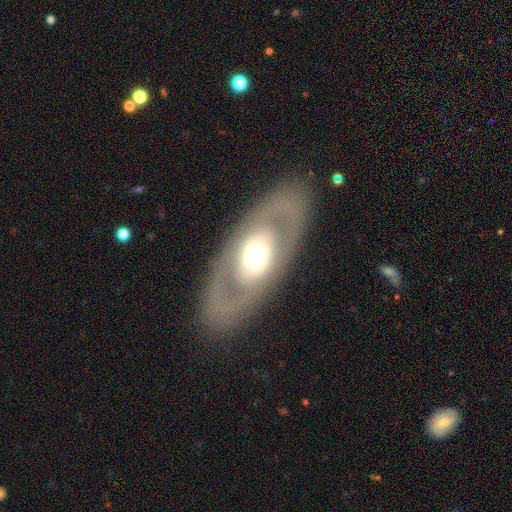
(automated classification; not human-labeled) Smooth or featured?
  - featured or disk: 57% *
  - smooth: 36%
  - star or artifact: 7%
Edge-on disk?
  - no: 82% *
  - yes: 18%
Merging?
  - none: 81% *
  - minor disturbance: 10%
  - major disturbance: 8%
  - merger: 1%